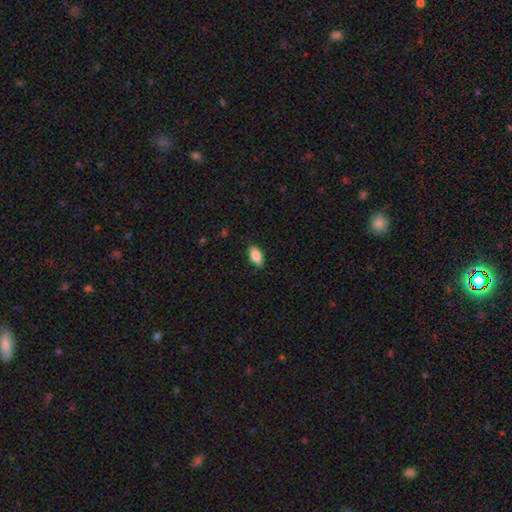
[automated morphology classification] smooth_or_featured: smooth (p=0.84) [alt: featured or disk p=0.09]
how_rounded: in between (p=0.90) [alt: cigar-shaped p=0.07]
merging: none (p=0.85) [alt: minor disturbance p=0.12]